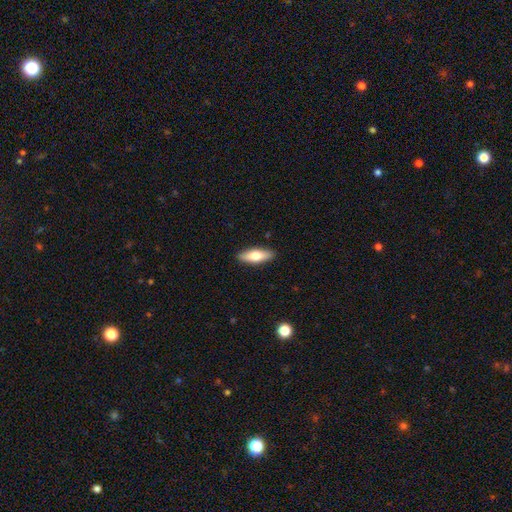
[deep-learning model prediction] A smooth galaxy with no disk features (71%) that is in between round and cigar-shaped (65%). Merging: none (90%).